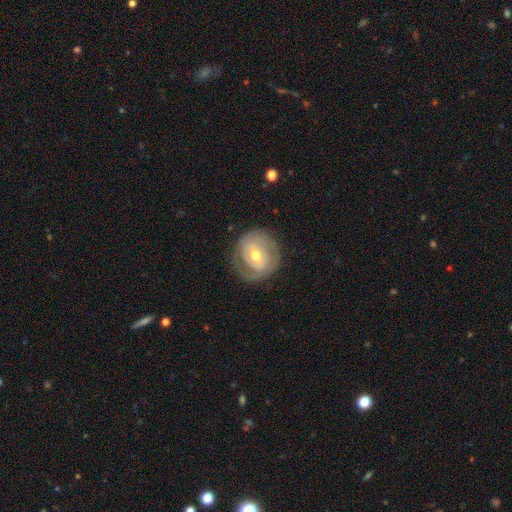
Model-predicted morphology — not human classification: type=featured or disk (72%); edge-on=no (96%); bar=weak (44%); spiral arms=yes (72%); winding=tight (69%); arm count=2 (45%); bulge=moderate (68%); merging=none (73%).